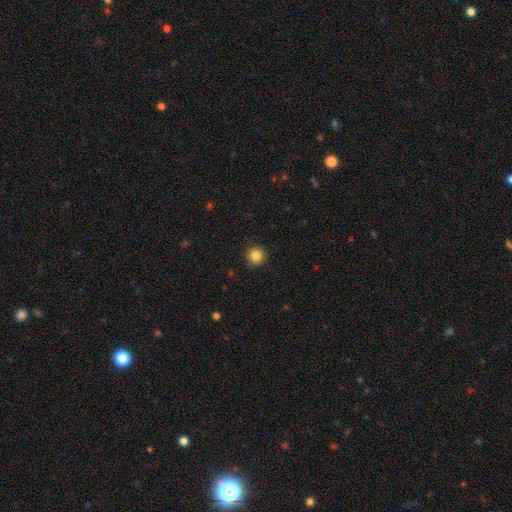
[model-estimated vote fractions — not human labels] Smooth or featured: smooth — 85% (star or artifact — 11%)
How rounded: round — 95% (in between — 4%)
Merging: none — 92% (minor disturbance — 5%)